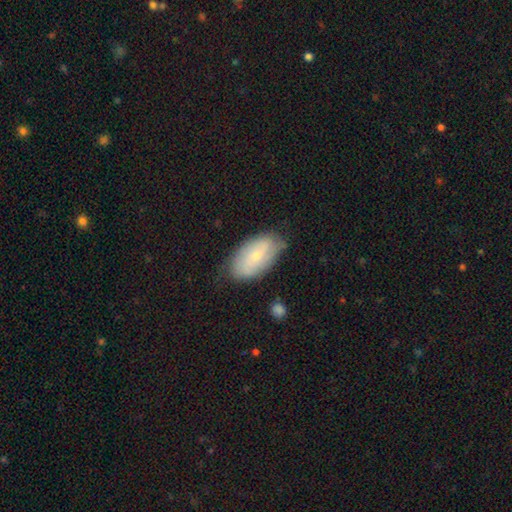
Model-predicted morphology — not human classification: Smooth or featured: smooth — 49% (featured or disk — 43%)
Merging: none — 74% (minor disturbance — 21%)